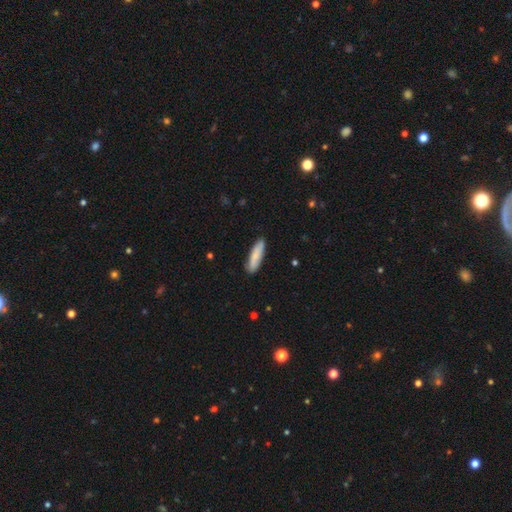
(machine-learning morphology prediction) type=smooth (77%); roundness=cigar-shaped (65%); merging=none (85%).